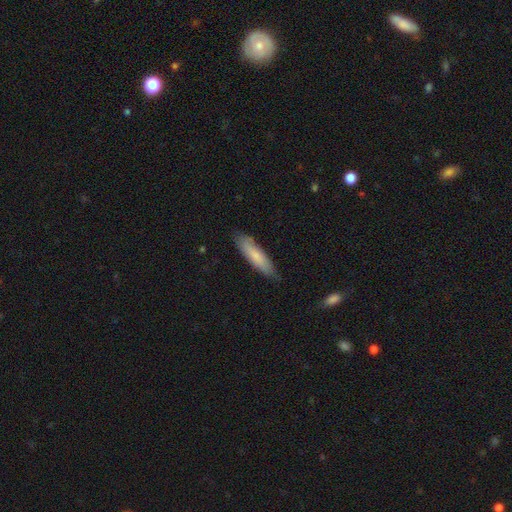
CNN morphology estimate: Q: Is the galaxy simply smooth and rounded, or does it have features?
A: smooth — 75%.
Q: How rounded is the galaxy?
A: cigar-shaped — 72%.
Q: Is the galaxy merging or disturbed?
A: none — 81%.